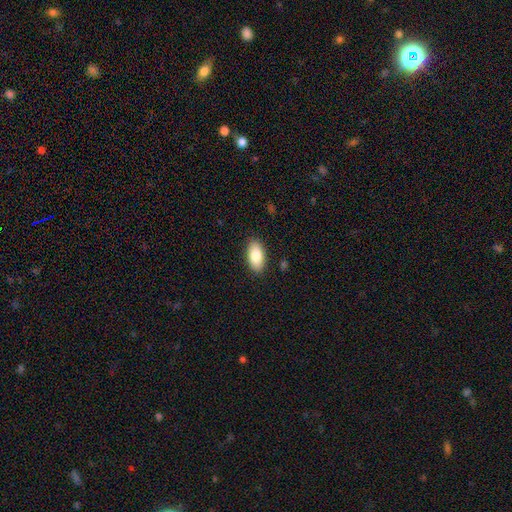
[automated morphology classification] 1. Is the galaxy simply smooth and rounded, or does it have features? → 84% smooth, 10% featured or disk, 6% star or artifact.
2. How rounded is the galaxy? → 93% in between, 4% cigar-shaped, 3% round.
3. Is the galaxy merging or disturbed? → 88% none, 9% minor disturbance, 2% major disturbance, 1% merger.